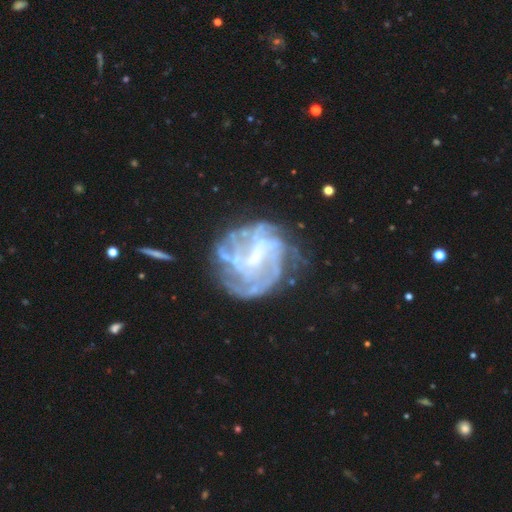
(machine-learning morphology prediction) type=featured or disk (81%); edge-on=no (98%); bar=weak (46%); spiral arms=yes (76%); winding=tight (48%); arm count=can't tell (45%); bulge=none (41%); merging=none (57%).